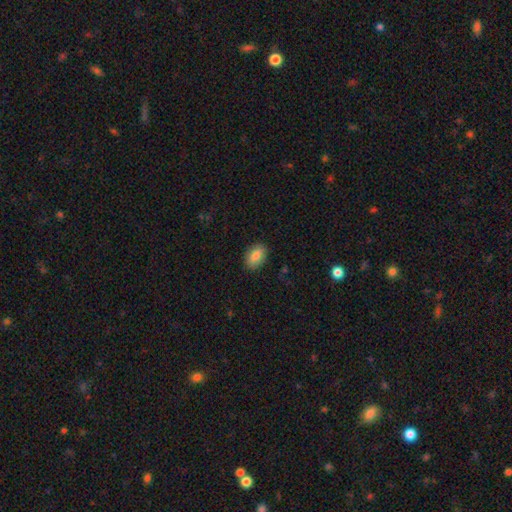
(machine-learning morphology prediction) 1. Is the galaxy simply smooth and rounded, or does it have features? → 82% smooth, 10% featured or disk, 7% star or artifact.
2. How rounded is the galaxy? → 89% in between, 10% round, 2% cigar-shaped.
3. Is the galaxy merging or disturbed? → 87% none, 9% minor disturbance, 2% major disturbance, 1% merger.